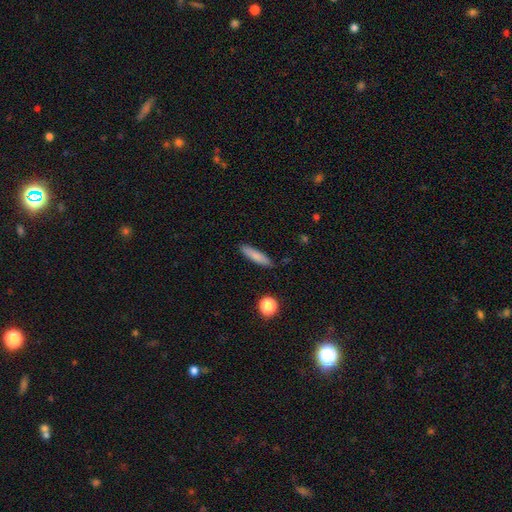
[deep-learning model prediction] The model was most divided on "how rounded": cigar-shaped: 81%, in between: 17%, round: 2%. More confident: merging — none (87%); smooth or featured — smooth (80%).